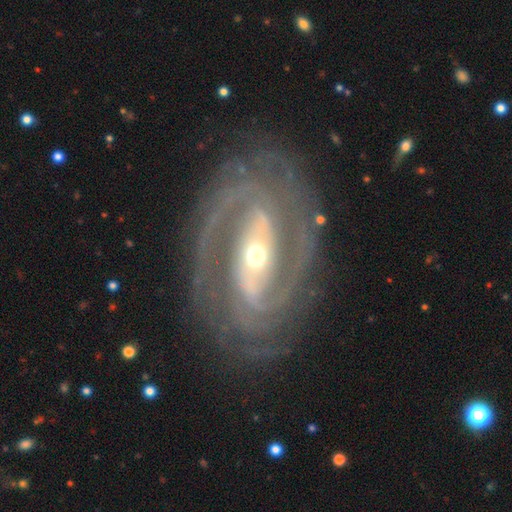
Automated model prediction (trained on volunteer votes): smooth-or-featured: featured or disk: 92% | star or artifact: 4% | smooth: 3%
  disk-edge-on: no: 96% | yes: 4%
    bar: strong: 54% | weak: 29% | no: 17%
    has-spiral-arms: yes: 98% | no: 2%
      spiral-winding: tight: 60% | medium: 34% | loose: 6%
      spiral-arm-count: 2: 65% | 3: 14% | can't tell: 8% | 4: 5% | more than 4: 4% | 1: 4%
    bulge-size: moderate: 54% | small: 39% | large: 5% | dominant: 1% | none: 1%
  merging: none: 81% | minor disturbance: 13% | major disturbance: 5% | merger: 1%